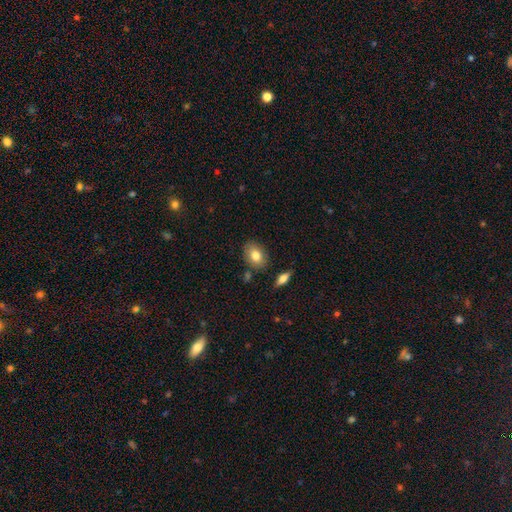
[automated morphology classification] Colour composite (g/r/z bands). It shows a smooth galaxy with no disk features (79%) that is in between round and cigar-shaped (78%). Merging: none (81%).